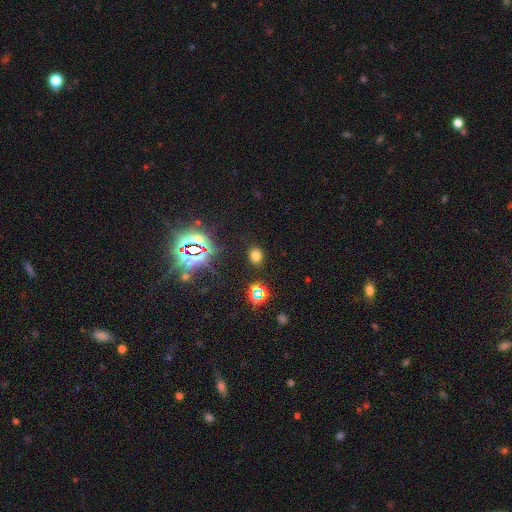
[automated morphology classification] Overall: smooth (67%). How rounded: round (52%; in between 47%). Merging: none (87%).